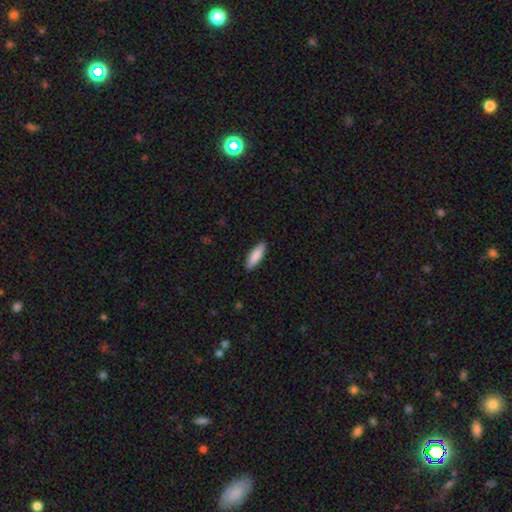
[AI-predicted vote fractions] This appears to be a smooth galaxy with no disk features (85%) that is cigar-shaped (52%). Merging: none (89%).